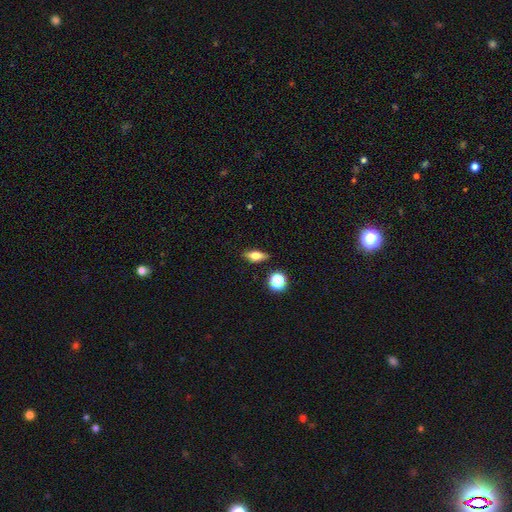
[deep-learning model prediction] smooth-or-featured: smooth: 61% | featured or disk: 30% | star or artifact: 10%
  how-rounded: in between: 66% | cigar-shaped: 23% | round: 12%
  merging: none: 85% | minor disturbance: 10% | merger: 3% | major disturbance: 2%